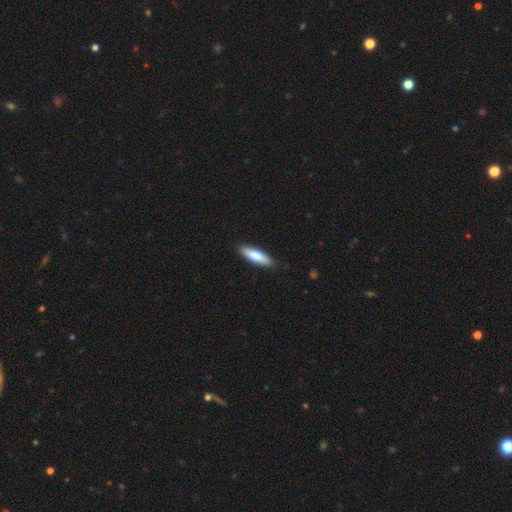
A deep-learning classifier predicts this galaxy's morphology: The model was most divided on "how rounded": cigar-shaped: 65%, in between: 34%, round: 1%. More confident: merging — none (89%); smooth or featured — smooth (79%).